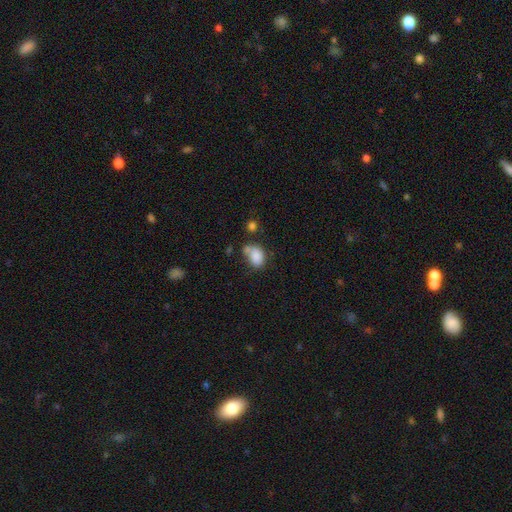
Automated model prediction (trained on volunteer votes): Smooth or featured?
  - smooth: 82% *
  - star or artifact: 9%
  - featured or disk: 9%
How rounded?
  - in between: 81% *
  - round: 18%
  - cigar-shaped: 1%
Merging?
  - none: 42% *
  - minor disturbance: 26%
  - merger: 21%
  - major disturbance: 12%